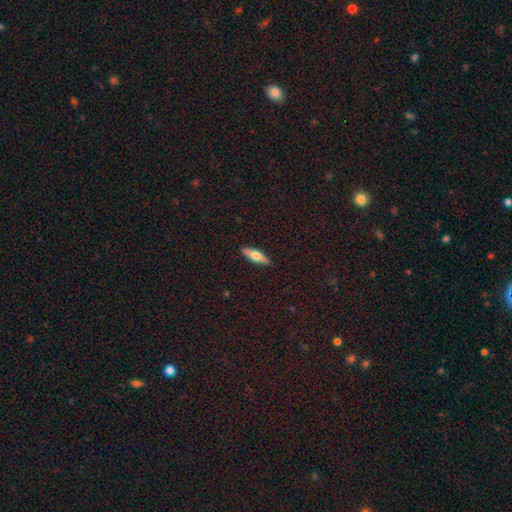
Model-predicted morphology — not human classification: The model was most divided on "smooth or featured": smooth: 52%, featured or disk: 42%, star or artifact: 6%. More confident: merging — none (91%); how rounded — cigar-shaped (57%).